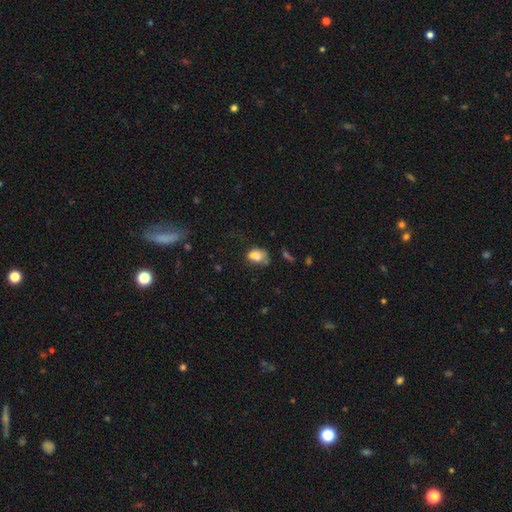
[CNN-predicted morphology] Overall: smooth (70%). How rounded: in between (70%). Merging: merger (36%; none 26%).